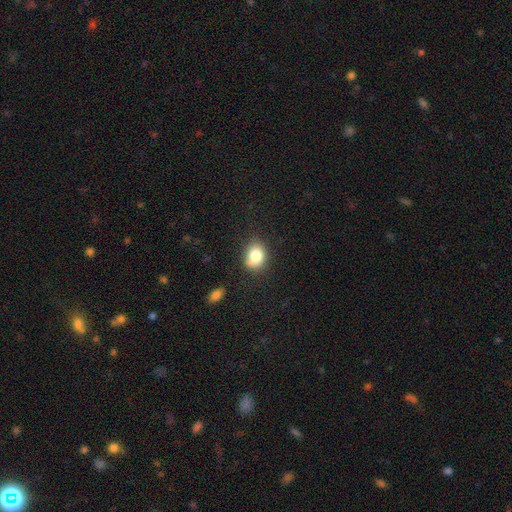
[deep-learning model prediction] Overall: smooth (81%). How rounded: round (50%; in between 49%). Merging: none (67%).